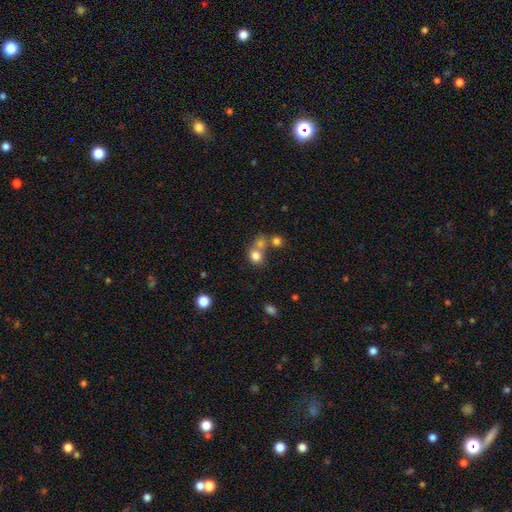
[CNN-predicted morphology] smooth-or-featured: smooth: 77% | star or artifact: 13% | featured or disk: 10%
  how-rounded: round: 79% | in between: 20% | cigar-shaped: 1%
  merging: none: 44% | merger: 43% | minor disturbance: 8% | major disturbance: 5%